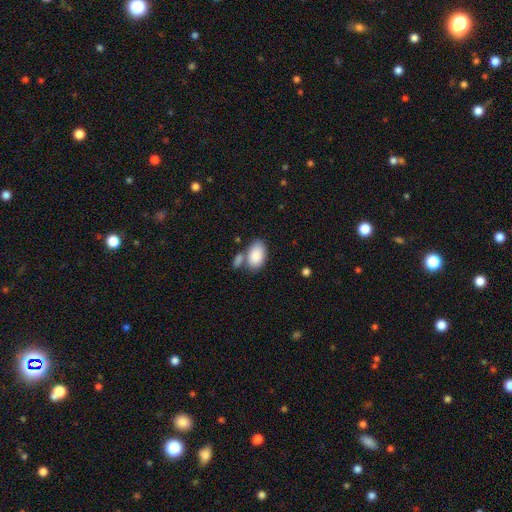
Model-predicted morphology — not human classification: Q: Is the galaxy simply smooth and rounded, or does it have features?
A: smooth — 86%.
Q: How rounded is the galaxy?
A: in between — 93%.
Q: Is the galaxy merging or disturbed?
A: none — 58%.